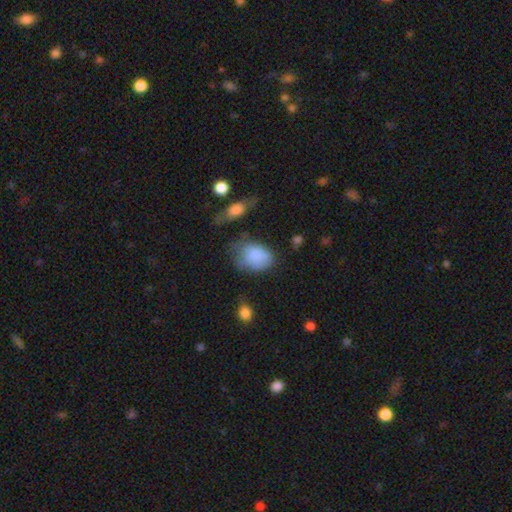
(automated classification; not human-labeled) Overall: smooth (81%). How rounded: in between (72%). Merging: none (47%; minor disturbance 32%).